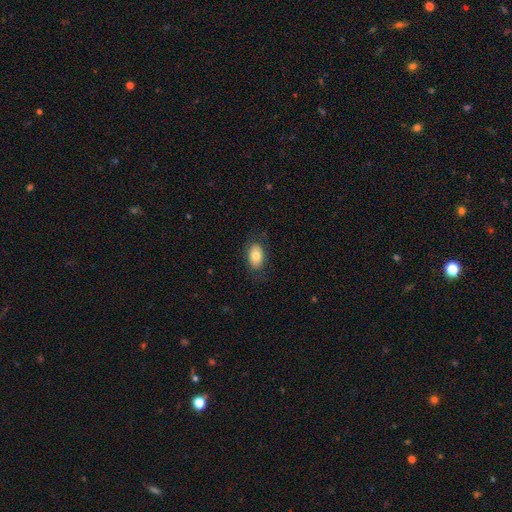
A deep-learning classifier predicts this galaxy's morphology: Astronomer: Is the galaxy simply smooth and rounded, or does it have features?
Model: smooth — 78%.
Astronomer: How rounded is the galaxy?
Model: in between — 90%.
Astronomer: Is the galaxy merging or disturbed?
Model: none — 82%.